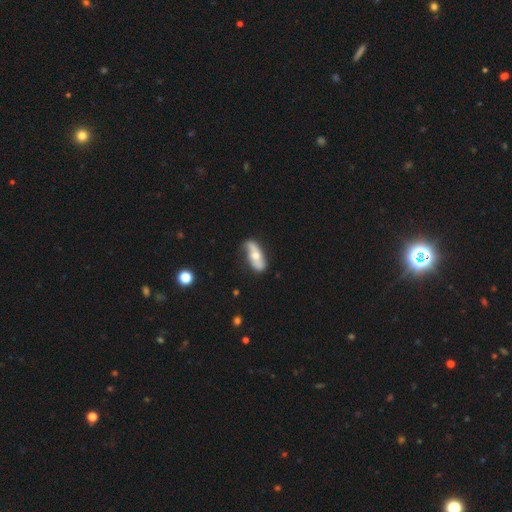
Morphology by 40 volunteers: This is possibly a featured or disk galaxy (52%). It is clearly not viewed edge-on (86%). Bar: possibly no (50%). Spiral arm pattern: clearly yes (83%). Spiral arm count: clearly 2 (93%). Spiral winding: possibly loose (53%). Central bulge: likely moderate (78%). Merging: possibly none (49%).